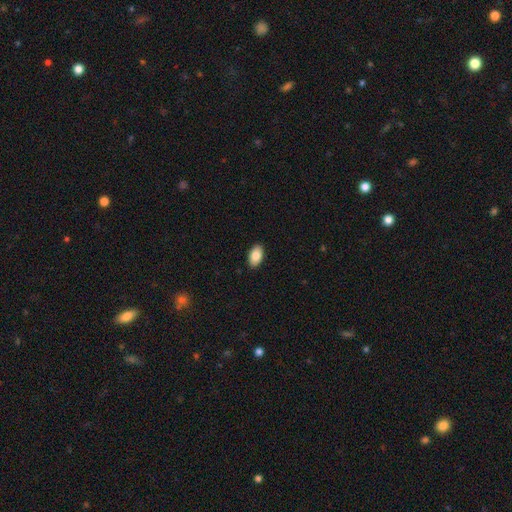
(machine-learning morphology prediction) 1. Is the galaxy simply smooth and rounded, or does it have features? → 86% smooth, 8% featured or disk, 7% star or artifact.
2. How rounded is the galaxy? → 94% in between, 5% round, 2% cigar-shaped.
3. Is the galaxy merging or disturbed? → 90% none, 7% minor disturbance, 2% major disturbance, 1% merger.